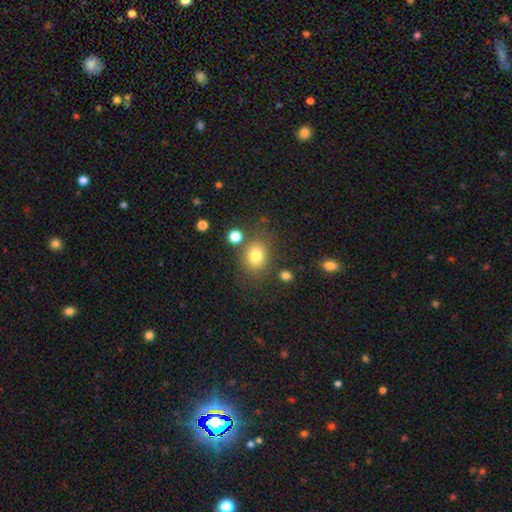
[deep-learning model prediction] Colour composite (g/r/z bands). It shows a smooth galaxy with no disk features (79%) that is round (66%). Merging: none (76%).